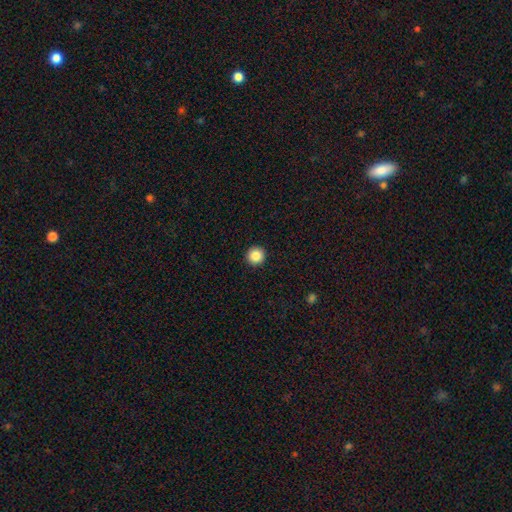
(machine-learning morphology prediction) The model was most divided on "smooth or featured": smooth: 87%, star or artifact: 10%, featured or disk: 4%. More confident: how rounded — round (96%); merging — none (93%).